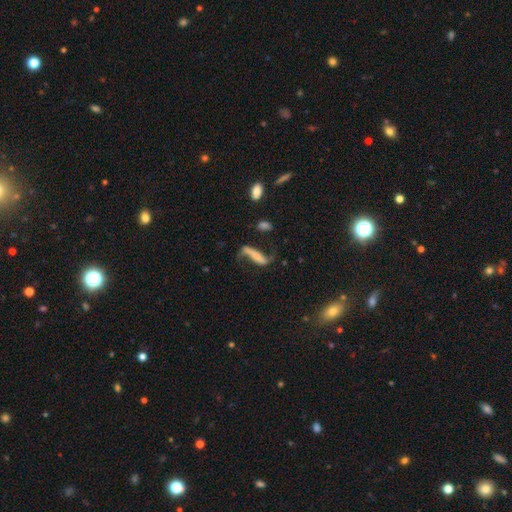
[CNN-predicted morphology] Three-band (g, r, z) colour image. It shows a featured or disk galaxy (65%) with a strong bar (44%), spiral arms (84%) and no central bulge (45%). Merging: none (51%).